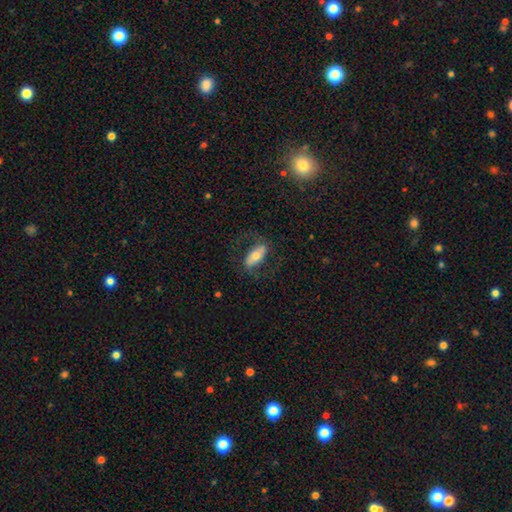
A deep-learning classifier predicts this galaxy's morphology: Smooth or featured? featured or disk (50%)
Edge-on disk? no (83%)
Merging? none (70%)